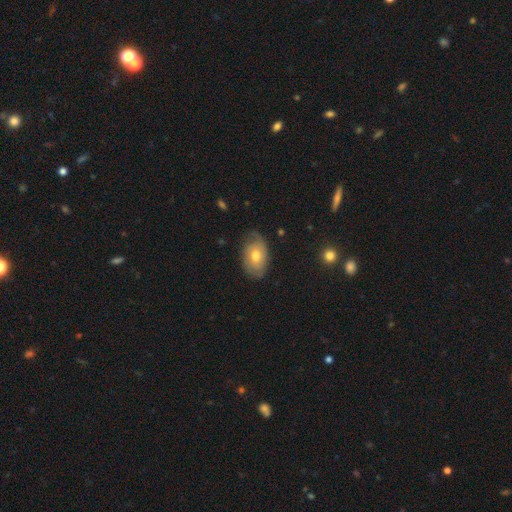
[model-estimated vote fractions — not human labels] Smooth or featured? Predicted: featured or disk (p=0.55). Edge-on disk? Predicted: no (p=0.94). Bar? Predicted: no (p=0.79). Spiral arms? Predicted: yes (p=0.79). Bulge size? Predicted: moderate (p=0.72). Merging? Predicted: none (p=0.68).